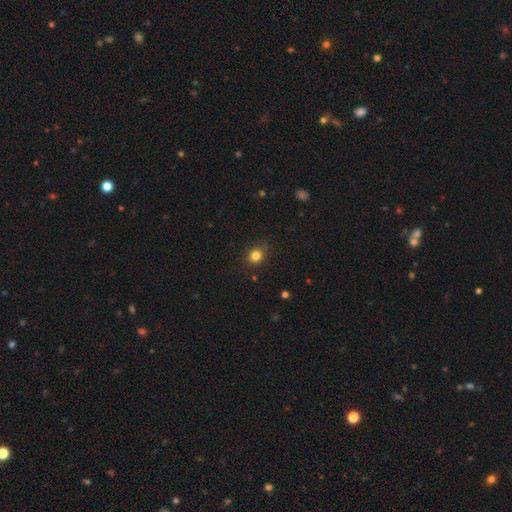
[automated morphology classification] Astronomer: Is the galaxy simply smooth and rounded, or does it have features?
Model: smooth — 82%.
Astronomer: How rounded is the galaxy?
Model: round — 69%.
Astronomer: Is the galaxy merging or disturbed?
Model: none — 85%.